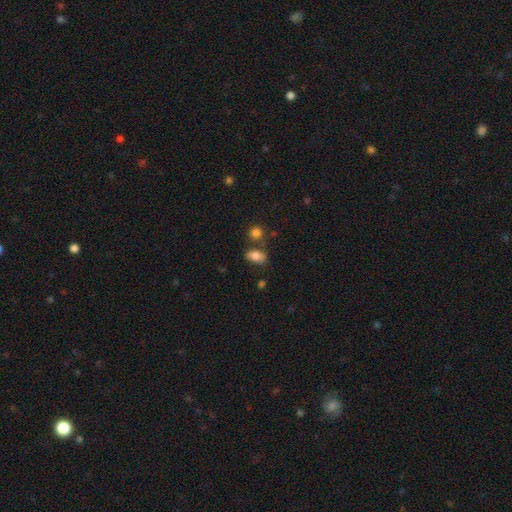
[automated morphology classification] smooth_or_featured: smooth (p=0.82) [alt: star or artifact p=0.10]
how_rounded: in between (p=0.87) [alt: round p=0.11]
merging: none (p=0.66) [alt: minor disturbance p=0.16]